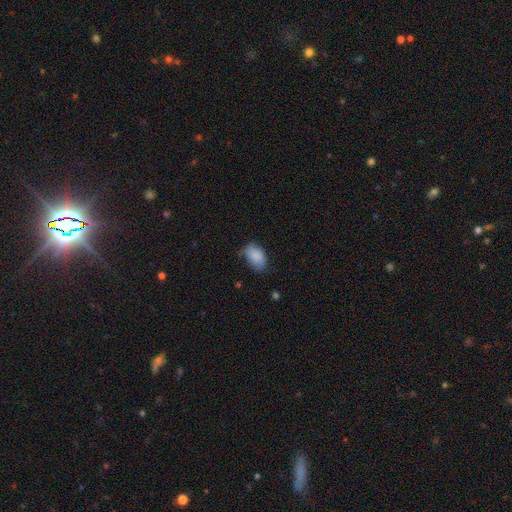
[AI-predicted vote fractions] A smooth galaxy with no disk features (88%) that is in between round and cigar-shaped (91%).

Vote fractions:
- Smooth or featured? smooth: 88% / star or artifact: 7% / featured or disk: 5%
- How rounded? in between: 91% / round: 8% / cigar-shaped: 1%
- Merging? none: 67% / minor disturbance: 26% / major disturbance: 6% / merger: 2%